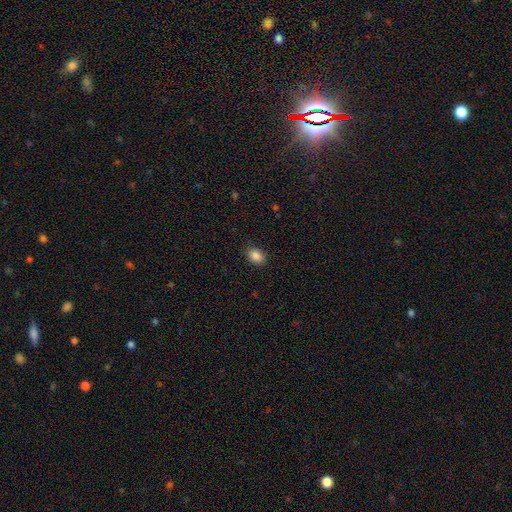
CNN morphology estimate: Overall: smooth (87%). How rounded: in between (67%; round 32%). Merging: none (86%).